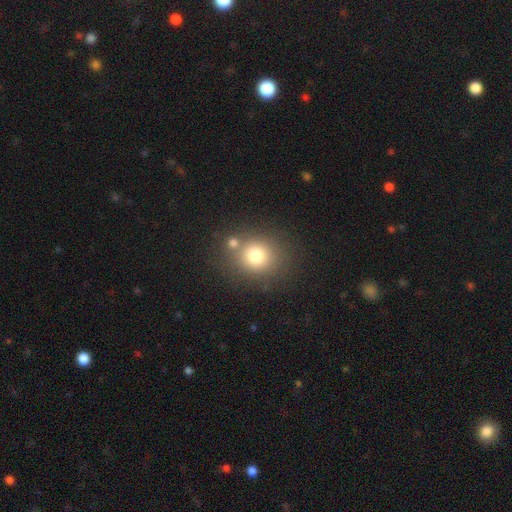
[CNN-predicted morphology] Smooth or featured: smooth — 77% (star or artifact — 13%)
How rounded: round — 82% (in between — 17%)
Merging: none — 69% (merger — 17%)